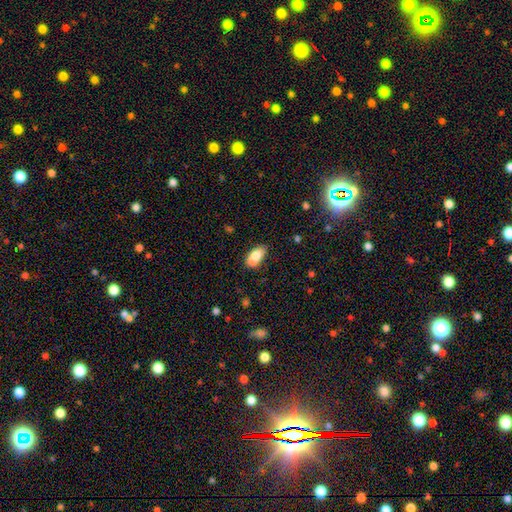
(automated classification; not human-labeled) Smooth or featured? Predicted: smooth (p=0.80). How rounded? Predicted: in between (p=0.91). Merging? Predicted: none (p=0.71).